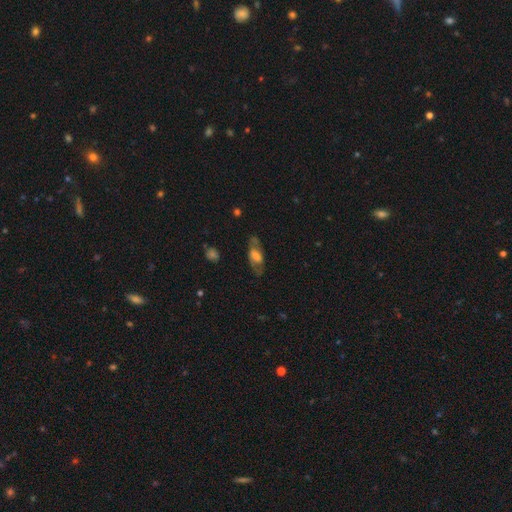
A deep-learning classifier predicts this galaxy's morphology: This appears to be a featured or disk galaxy (49%). Merging: none (64%).